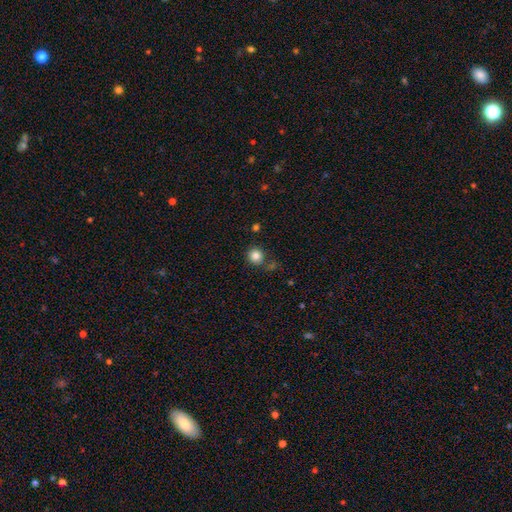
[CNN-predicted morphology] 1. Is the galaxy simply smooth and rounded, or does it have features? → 84% smooth, 11% star or artifact, 5% featured or disk.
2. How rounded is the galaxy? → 91% round, 8% in between, 1% cigar-shaped.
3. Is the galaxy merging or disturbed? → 79% none, 10% minor disturbance, 8% merger, 3% major disturbance.